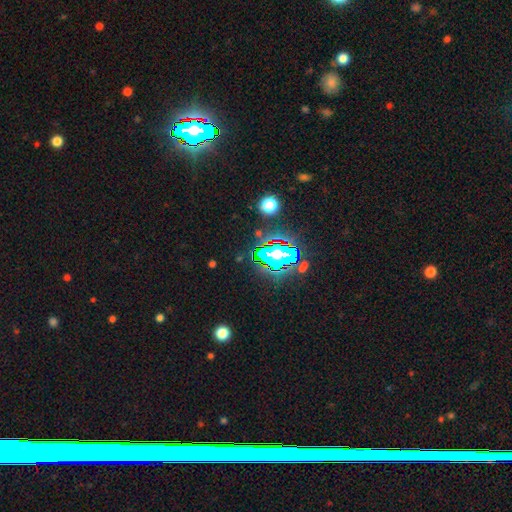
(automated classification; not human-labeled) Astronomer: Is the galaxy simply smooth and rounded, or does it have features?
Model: star or artifact — 76%.